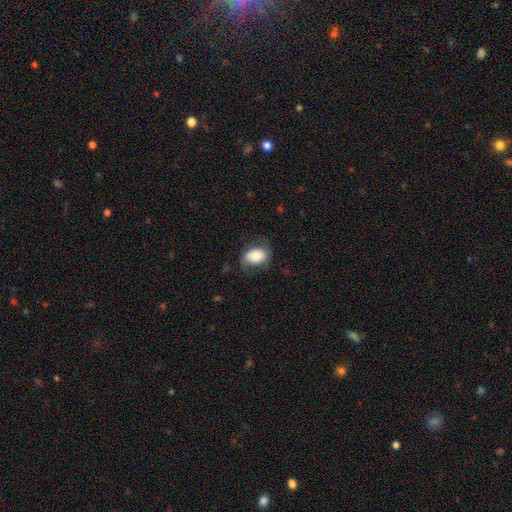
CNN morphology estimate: Smooth or featured: smooth — 64% (featured or disk — 28%)
How rounded: in between — 79% (round — 20%)
Merging: none — 62% (minor disturbance — 23%)